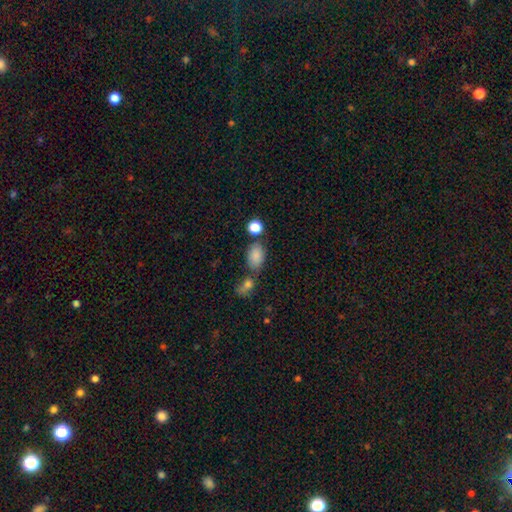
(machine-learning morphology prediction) Smooth or featured? Predicted: smooth (p=0.83). How rounded? Predicted: in between (p=0.85). Merging? Predicted: none (p=0.57).